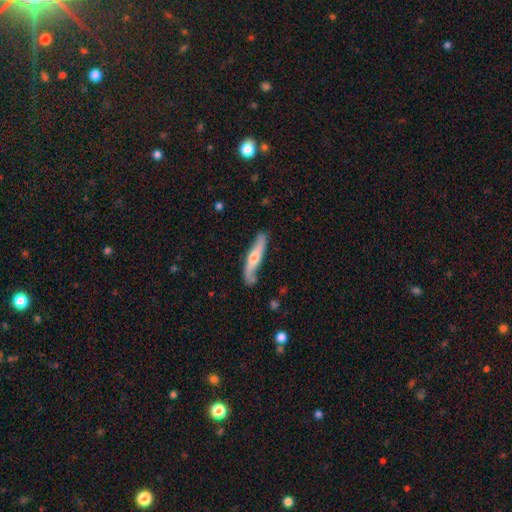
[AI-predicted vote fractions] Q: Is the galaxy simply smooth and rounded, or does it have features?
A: featured or disk — 66%.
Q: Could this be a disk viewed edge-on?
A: yes — 63%.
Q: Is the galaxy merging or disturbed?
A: none — 76%.